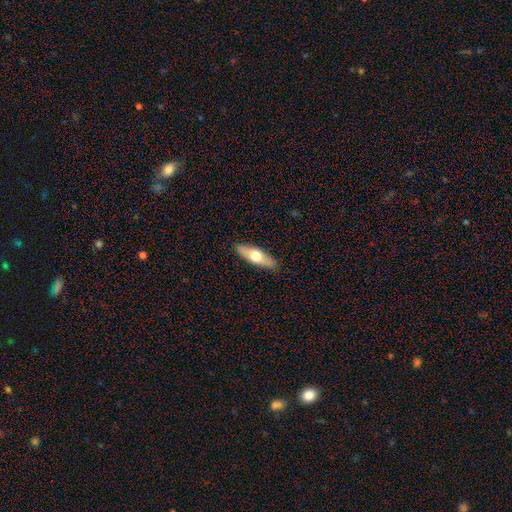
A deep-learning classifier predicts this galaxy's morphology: Q: Smooth or featured?
A: smooth (54%); runner-up: featured or disk (40%)
Q: How rounded?
A: in between (51%); runner-up: cigar-shaped (47%)
Q: Merging?
A: none (89%); runner-up: minor disturbance (8%)